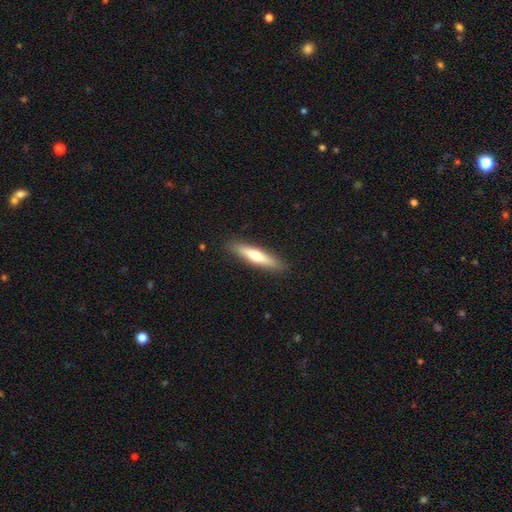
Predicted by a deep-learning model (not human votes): This appears to be a smooth galaxy with no disk features (55%) that is cigar-shaped (83%). Merging: none (89%).